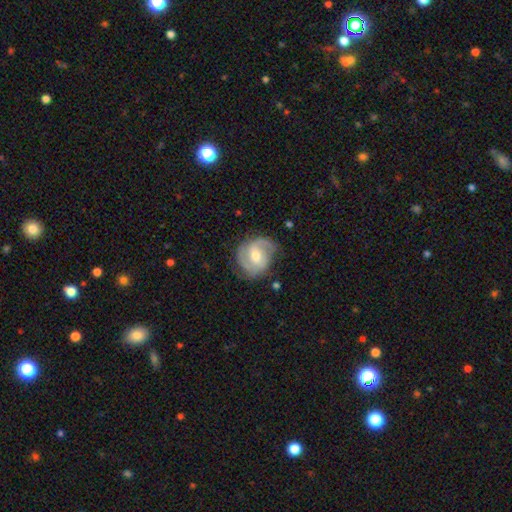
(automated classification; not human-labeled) Q: Smooth or featured?
A: featured or disk (80%); runner-up: smooth (15%)
Q: Edge-on disk?
A: no (98%); runner-up: yes (2%)
Q: Bar?
A: weak (49%); runner-up: no (34%)
Q: Spiral arms?
A: yes (94%); runner-up: no (6%)
Q: Spiral winding?
A: medium (47%); runner-up: tight (32%)
Q: Spiral arm count?
A: 2 (68%); runner-up: 3 (11%)
Q: Bulge size?
A: moderate (61%); runner-up: small (34%)
Q: Merging?
A: none (70%); runner-up: minor disturbance (20%)